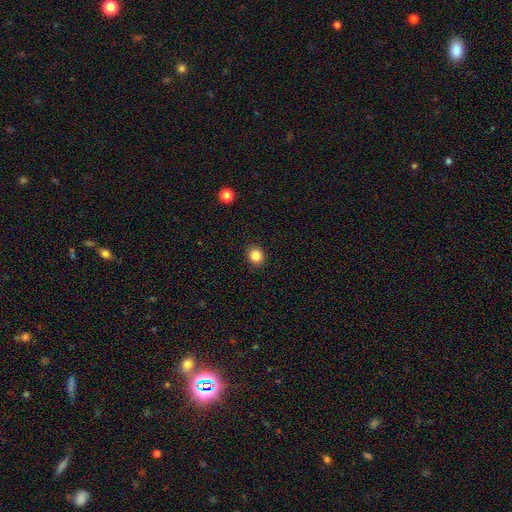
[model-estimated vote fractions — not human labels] smooth 84%, star or artifact 11%, featured or disk 4%. Down the decision tree: how rounded — round (82%); merging — none (92%).